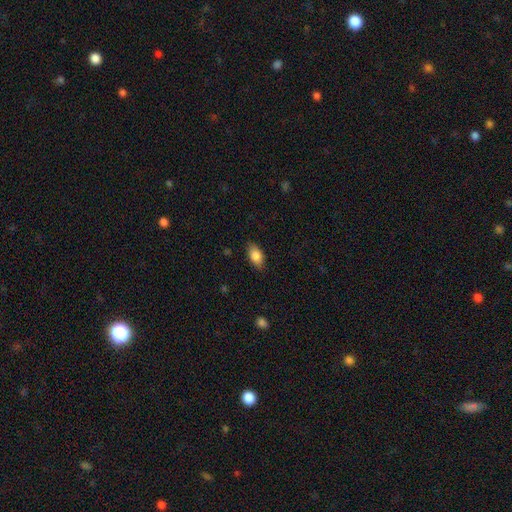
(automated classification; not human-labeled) A smooth galaxy with no disk features (85%) that is in between round and cigar-shaped (90%).

Vote fractions:
- Smooth or featured? smooth: 85% / featured or disk: 8% / star or artifact: 7%
- How rounded? in between: 90% / round: 6% / cigar-shaped: 4%
- Merging? none: 83% / minor disturbance: 13% / major disturbance: 3% / merger: 1%